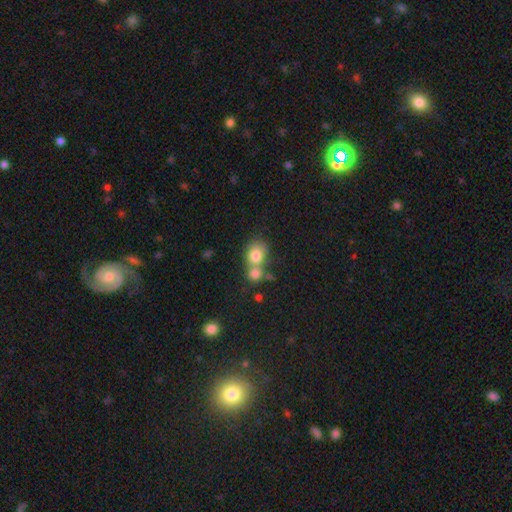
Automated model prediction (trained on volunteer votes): A smooth galaxy with no disk features (78%) that is round (62%). Merging: merger (56%).